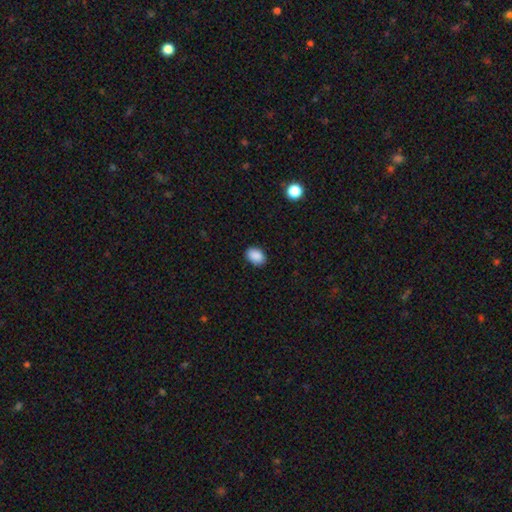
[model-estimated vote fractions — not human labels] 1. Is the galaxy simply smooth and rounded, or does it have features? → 90% smooth, 8% star or artifact, 2% featured or disk.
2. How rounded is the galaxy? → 79% in between, 20% round, 1% cigar-shaped.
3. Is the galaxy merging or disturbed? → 88% none, 9% minor disturbance, 2% major disturbance, 1% merger.